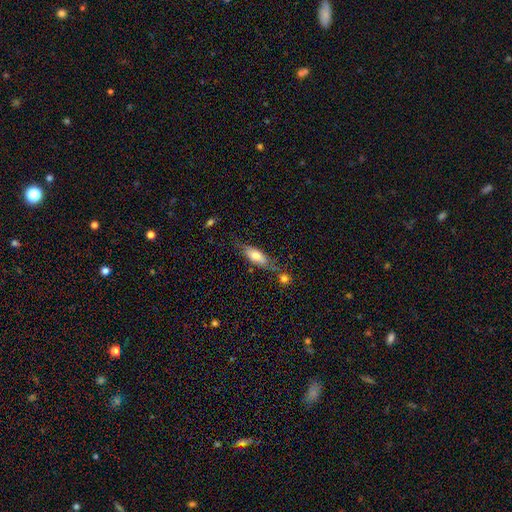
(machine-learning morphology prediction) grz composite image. It shows a smooth galaxy with no disk features (66%) that is in between round and cigar-shaped (67%). Merging: none (59%).